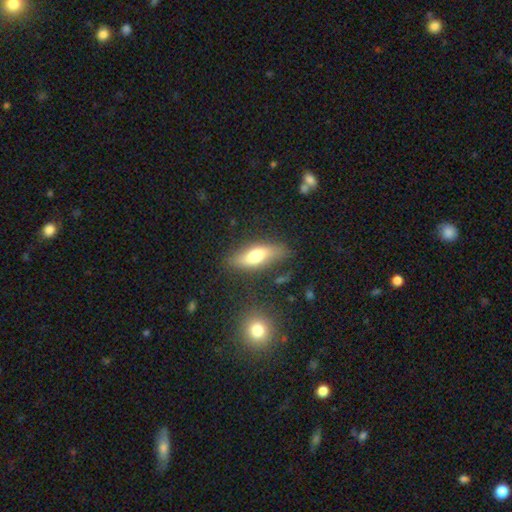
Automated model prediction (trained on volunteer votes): The model was most divided on "smooth or featured": smooth: 64%, featured or disk: 29%, star or artifact: 7%. More confident: merging — none (74%); how rounded — in between (67%).